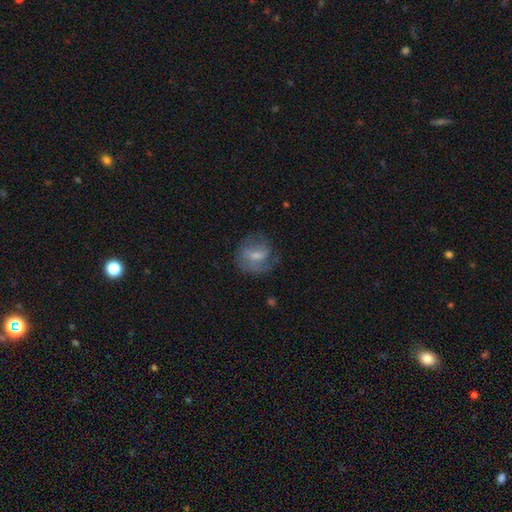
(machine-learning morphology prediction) Q: Smooth or featured?
A: featured or disk (48%); runner-up: smooth (44%)
Q: Merging?
A: none (59%); runner-up: minor disturbance (23%)